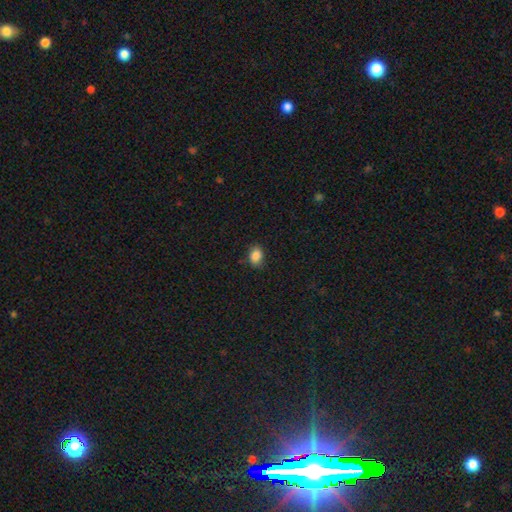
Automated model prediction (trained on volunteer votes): Smooth or featured: smooth — 87% (star or artifact — 9%)
How rounded: in between — 72% (round — 27%)
Merging: none — 82% (minor disturbance — 14%)